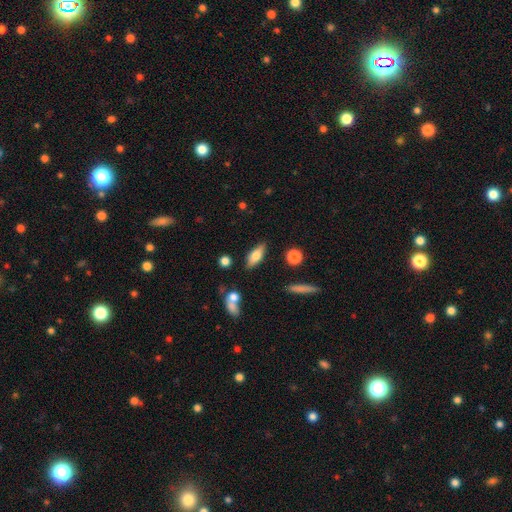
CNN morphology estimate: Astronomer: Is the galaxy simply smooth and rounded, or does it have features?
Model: smooth — 64%.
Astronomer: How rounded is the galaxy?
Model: in between — 65%.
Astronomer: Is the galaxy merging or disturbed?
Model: none — 81%.